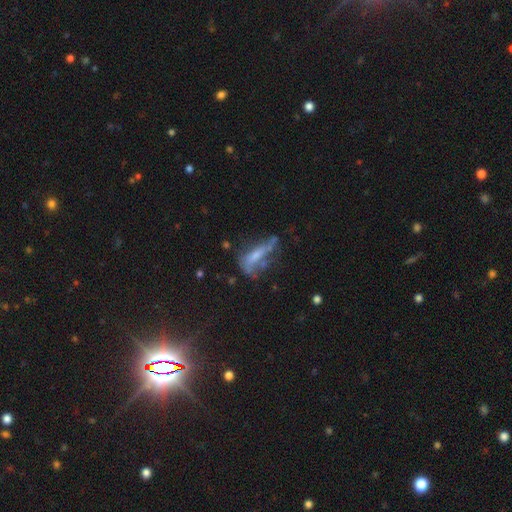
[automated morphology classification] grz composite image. It shows a featured or disk galaxy (48%). Merging: major disturbance (34%).